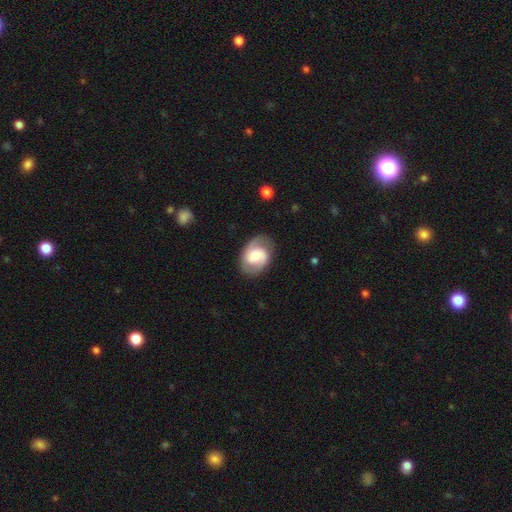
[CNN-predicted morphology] Smooth or featured? Predicted: featured or disk (p=0.63). Edge-on disk? Predicted: no (p=0.97). Bar? Predicted: no (p=0.52). Spiral arms? Predicted: yes (p=0.90). Spiral winding? Predicted: medium (p=0.47). Spiral arm count? Predicted: 2 (p=0.85). Bulge size? Predicted: moderate (p=0.47). Merging? Predicted: none (p=0.75).